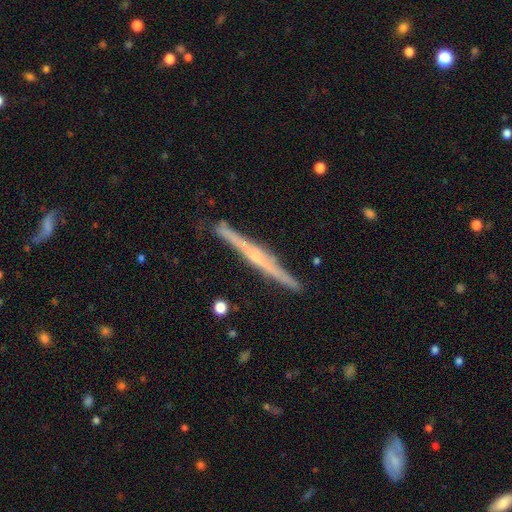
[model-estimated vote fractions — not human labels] A featured or disk galaxy (75%) viewed edge-on (98%) with a rounded central bulge (56%). Merging: none (88%).